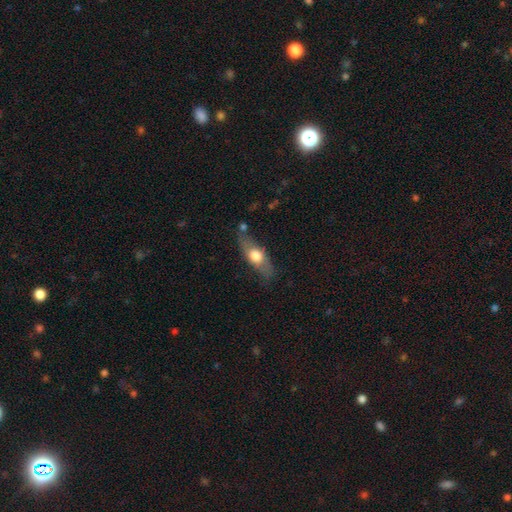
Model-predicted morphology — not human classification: This appears to be a smooth galaxy with no disk features (52%) that is in between round and cigar-shaped (55%). Merging: none (67%).